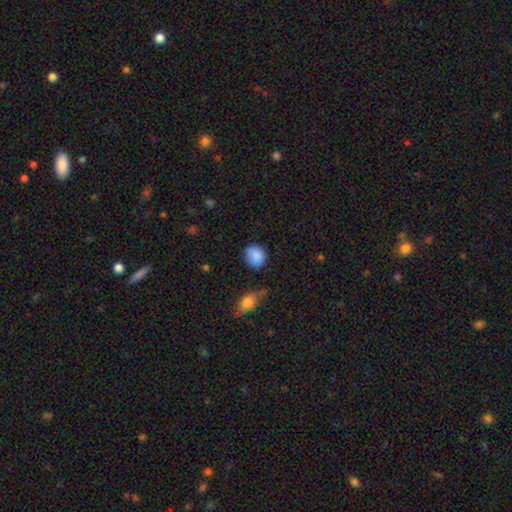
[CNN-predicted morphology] Smooth or featured?
  - smooth: 87% *
  - star or artifact: 8%
  - featured or disk: 5%
How rounded?
  - round: 62% *
  - in between: 37%
  - cigar-shaped: 1%
Merging?
  - none: 71% *
  - minor disturbance: 21%
  - major disturbance: 5%
  - merger: 3%